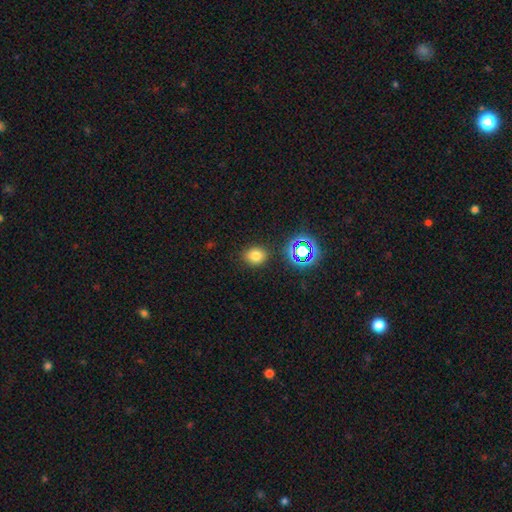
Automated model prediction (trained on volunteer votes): This appears to be a smooth galaxy with no disk features (74%) that is round (59%). Merging: none (85%).